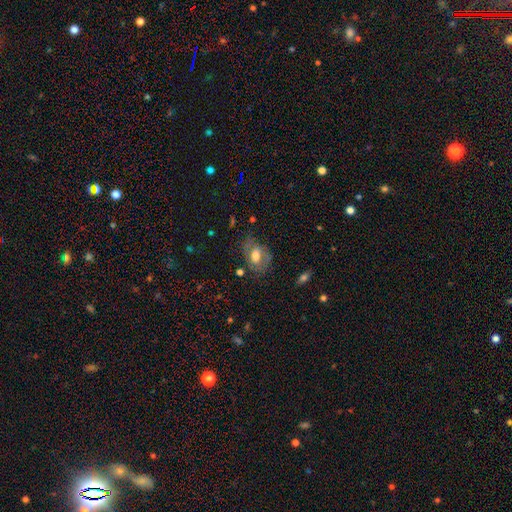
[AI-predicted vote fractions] smooth_or_featured: smooth (p=0.53) [alt: featured or disk p=0.38]
how_rounded: in between (p=0.79) [alt: round p=0.19]
merging: none (p=0.57) [alt: minor disturbance p=0.27]